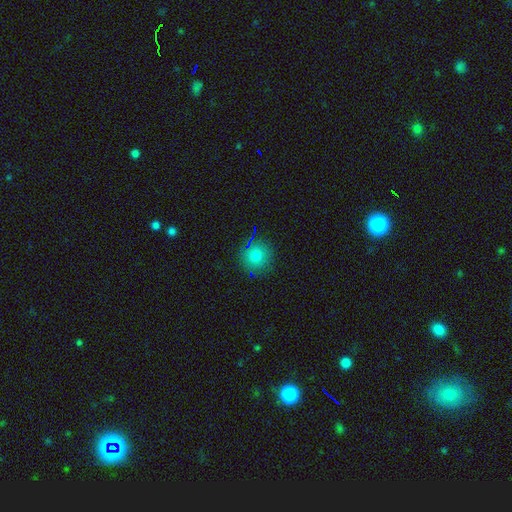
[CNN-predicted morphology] A smooth galaxy with no disk features (77%) that is round (92%).

Vote fractions:
- Smooth or featured? smooth: 77% / star or artifact: 16% / featured or disk: 7%
- How rounded? round: 92% / in between: 7% / cigar-shaped: 1%
- Merging? none: 87% / minor disturbance: 8% / major disturbance: 3% / merger: 2%